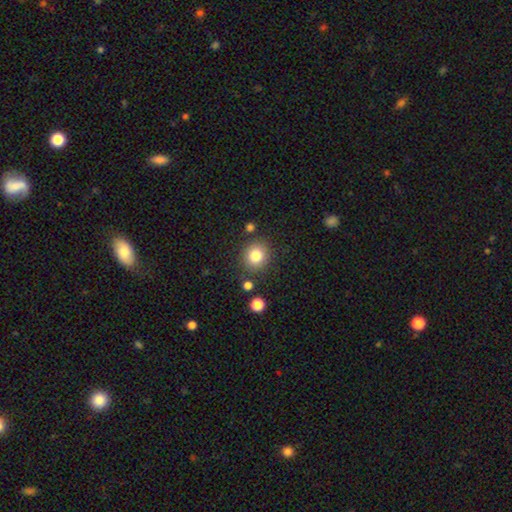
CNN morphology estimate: This appears to be a smooth galaxy with no disk features (82%) that is round (85%). Merging: none (84%).